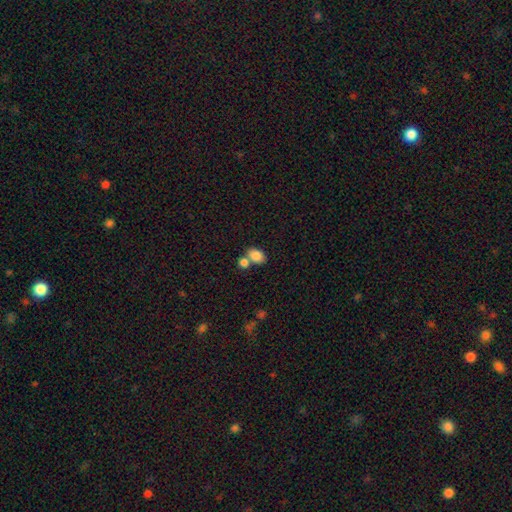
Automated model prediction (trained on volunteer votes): smooth-or-featured: smooth: 84% | star or artifact: 8% | featured or disk: 8%
  how-rounded: in between: 75% | round: 24% | cigar-shaped: 1%
  merging: none: 45% | merger: 42% | minor disturbance: 9% | major disturbance: 3%